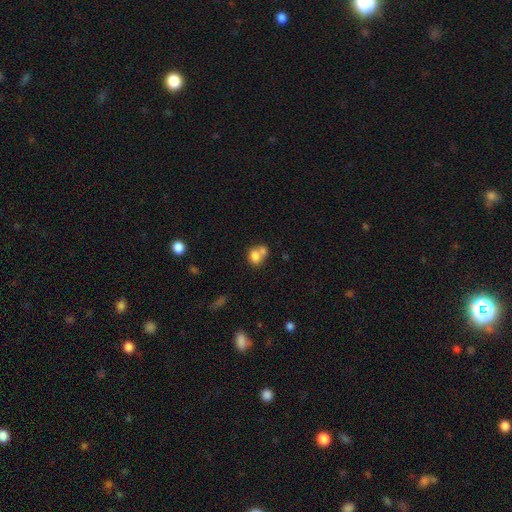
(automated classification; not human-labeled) The model was most divided on "how rounded": in between: 50%, round: 49%, cigar-shaped: 1%. More confident: smooth or featured — smooth (76%); merging — merger (61%).